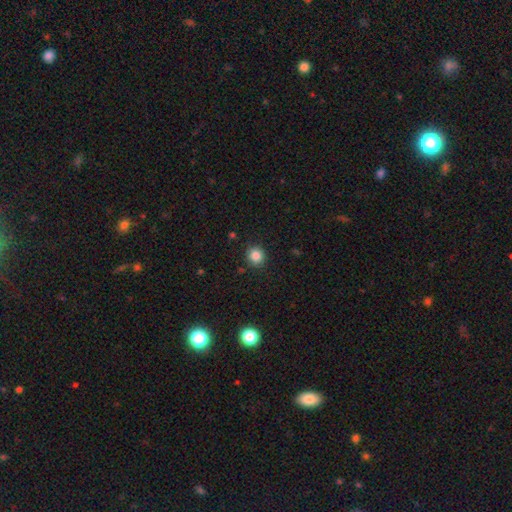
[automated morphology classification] Smooth or featured: smooth — 85% (star or artifact — 11%)
How rounded: round — 89% (in between — 10%)
Merging: none — 89% (minor disturbance — 8%)